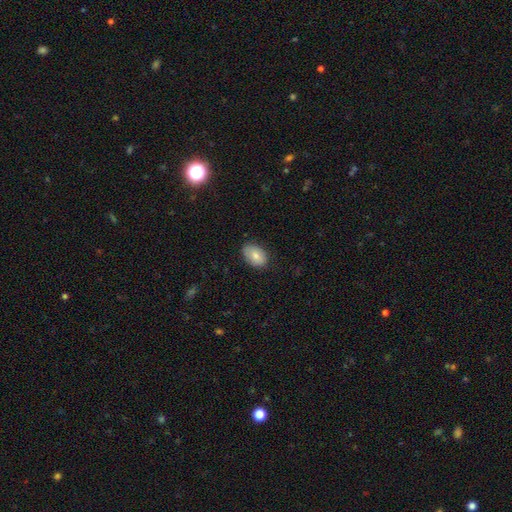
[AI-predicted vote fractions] Smooth or featured? smooth (80%)
How rounded? in between (88%)
Merging? none (80%)